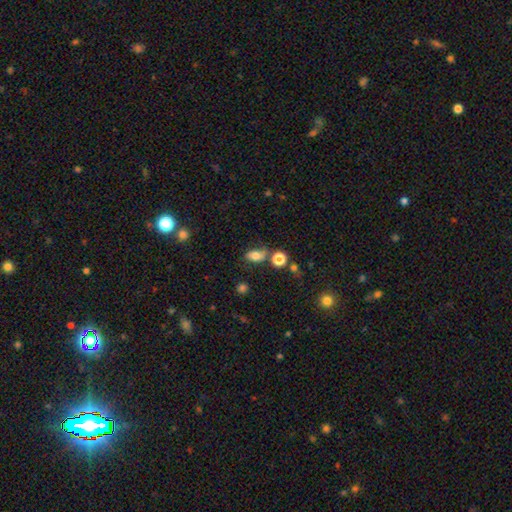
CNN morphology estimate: A smooth galaxy with no disk features (71%) that is in between round and cigar-shaped (81%).

Vote fractions:
- Smooth or featured? smooth: 71% / featured or disk: 17% / star or artifact: 12%
- How rounded? in between: 81% / round: 16% / cigar-shaped: 4%
- Merging? none: 55% / minor disturbance: 24% / merger: 12% / major disturbance: 10%